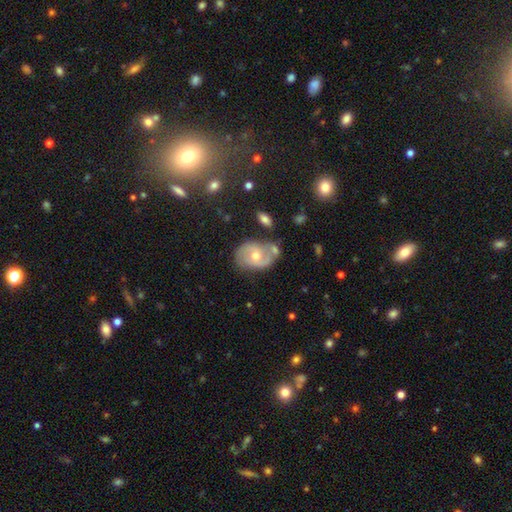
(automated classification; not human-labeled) featured or disk 68%, smooth 25%, star or artifact 8%. Down the decision tree: edge-on disk — no (96%); bar — no (59%); spiral arms — yes (82%); spiral arm count — 2 (79%); spiral winding — medium (48%); bulge size — moderate (63%); merging — none (58%).